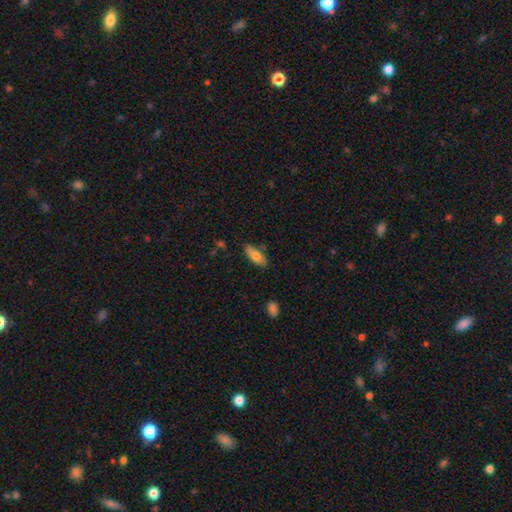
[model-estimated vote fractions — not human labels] Smooth or featured: smooth — 76% (featured or disk — 18%)
How rounded: in between — 77% (cigar-shaped — 21%)
Merging: none — 78% (minor disturbance — 15%)